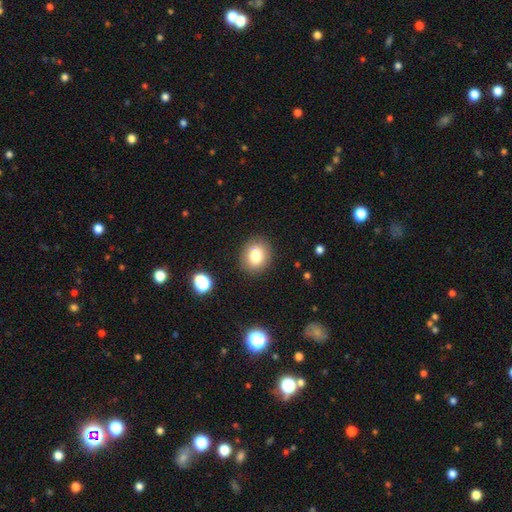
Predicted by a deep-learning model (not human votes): A smooth galaxy with no disk features (79%) that is round (65%).

Vote fractions:
- Smooth or featured? smooth: 79% / star or artifact: 11% / featured or disk: 10%
- How rounded? round: 65% / in between: 35% / cigar-shaped: 1%
- Merging? none: 87% / minor disturbance: 9% / major disturbance: 3% / merger: 2%